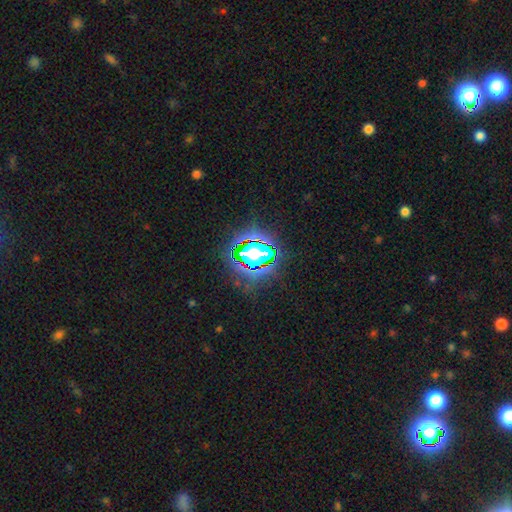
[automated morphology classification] This appears to be a star or artifact, not a galaxy (80%).